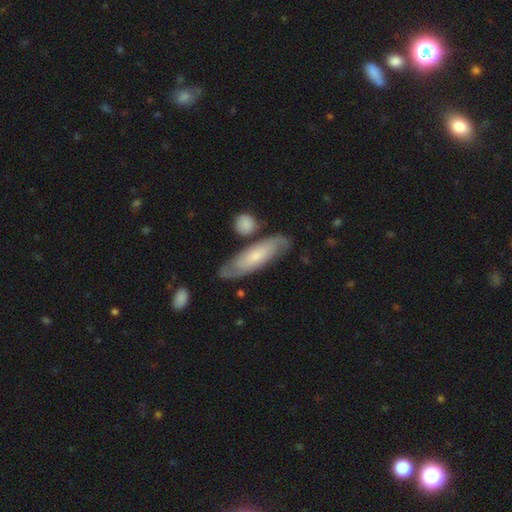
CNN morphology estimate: The model was most divided on "smooth or featured": featured or disk: 49%, smooth: 45%, star or artifact: 6%. More confident: merging — none (72%).